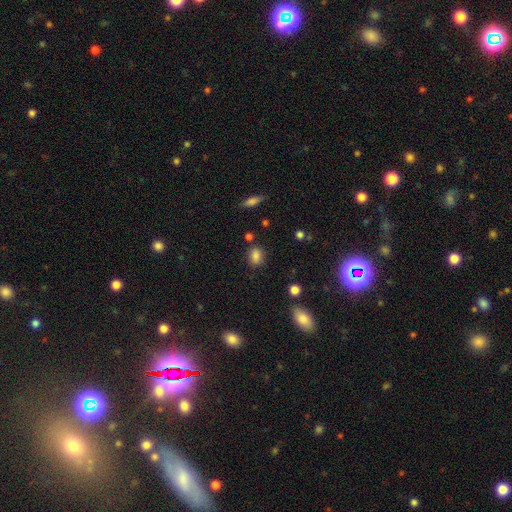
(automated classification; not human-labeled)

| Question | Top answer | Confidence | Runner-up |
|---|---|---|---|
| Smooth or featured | smooth | 83% | star or artifact (11%) |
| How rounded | in between | 58% | round (40%) |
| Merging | none | 79% | minor disturbance (13%) |